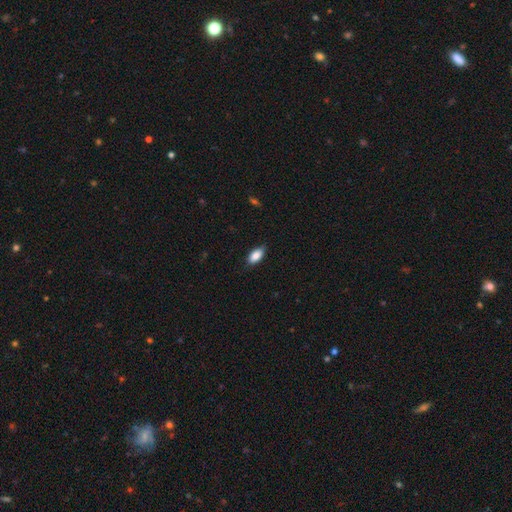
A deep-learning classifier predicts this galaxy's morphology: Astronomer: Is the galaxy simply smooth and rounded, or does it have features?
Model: smooth — 85%.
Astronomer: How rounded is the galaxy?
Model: in between — 89%.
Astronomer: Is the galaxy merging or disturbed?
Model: none — 83%.